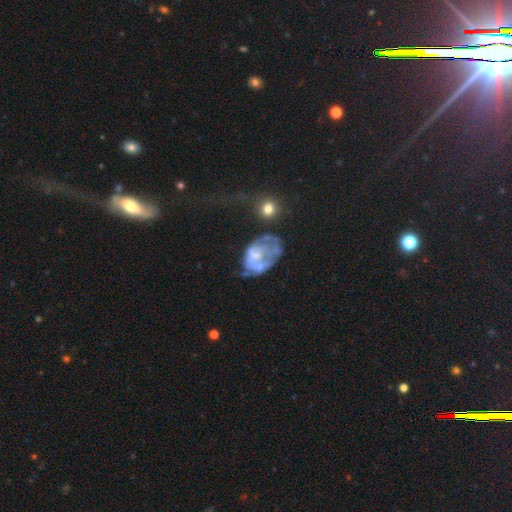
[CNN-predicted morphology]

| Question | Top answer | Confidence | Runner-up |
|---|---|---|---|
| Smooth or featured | featured or disk | 60% | smooth (30%) |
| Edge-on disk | no | 97% | yes (3%) |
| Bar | no | 84% | weak (13%) |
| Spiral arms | no | 80% | yes (20%) |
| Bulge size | none | 40% | moderate (29%) |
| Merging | major disturbance | 35% | none (28%) |